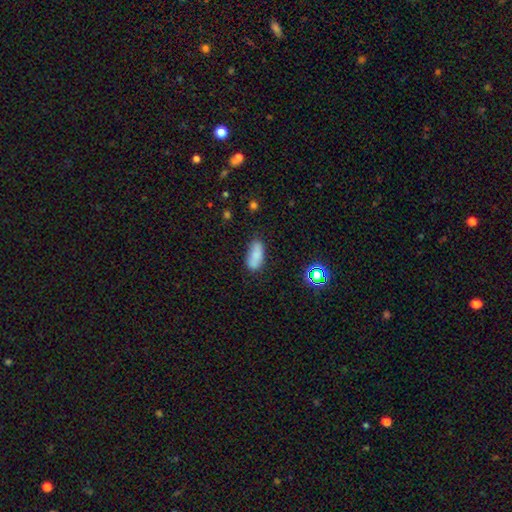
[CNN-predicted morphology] smooth 79%, featured or disk 11%, star or artifact 10%. Down the decision tree: how rounded — in between (84%); merging — none (61%).